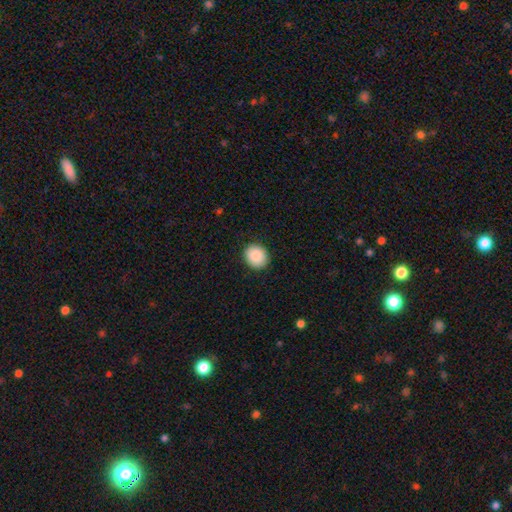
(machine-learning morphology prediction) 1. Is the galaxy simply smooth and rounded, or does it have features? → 89% smooth, 7% star or artifact, 3% featured or disk.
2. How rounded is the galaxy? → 71% round, 28% in between, 1% cigar-shaped.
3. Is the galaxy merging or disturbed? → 90% none, 7% minor disturbance, 2% major disturbance, 1% merger.